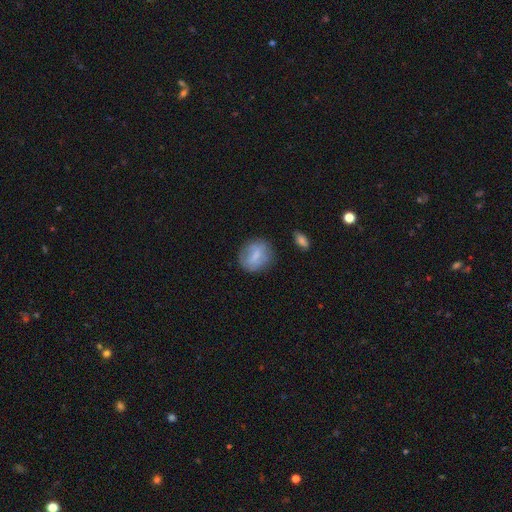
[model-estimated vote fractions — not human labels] The model was most divided on "how rounded": round: 64%, in between: 34%, cigar-shaped: 2%. More confident: merging — none (73%); smooth or featured — smooth (68%).